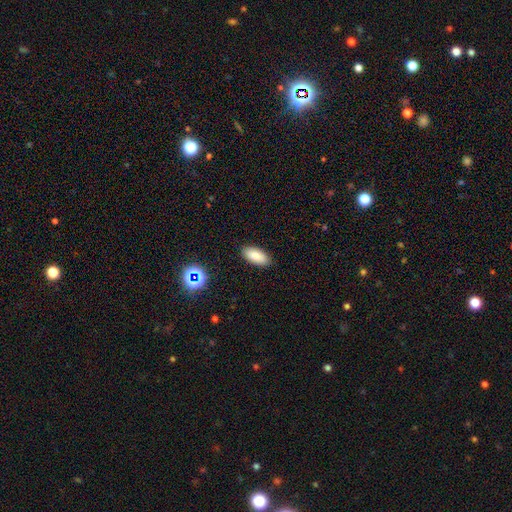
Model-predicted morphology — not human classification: Overall: smooth (81%). How rounded: in between (90%). Merging: none (88%).